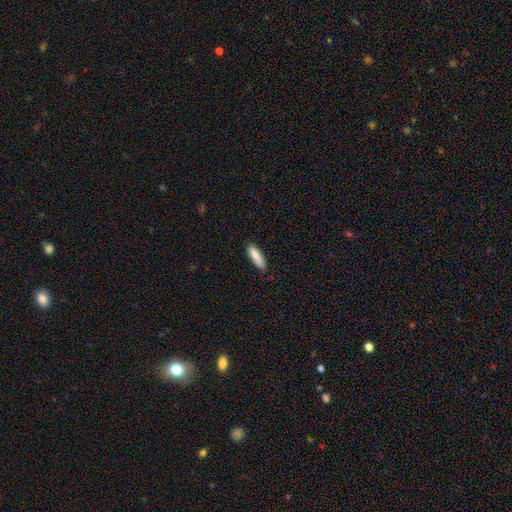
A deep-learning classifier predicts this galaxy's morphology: A smooth galaxy with no disk features (86%) that is cigar-shaped (65%).

Vote fractions:
- Smooth or featured? smooth: 86% / featured or disk: 8% / star or artifact: 6%
- How rounded? cigar-shaped: 65% / in between: 33% / round: 1%
- Merging? none: 80% / minor disturbance: 17% / major disturbance: 2% / merger: 1%